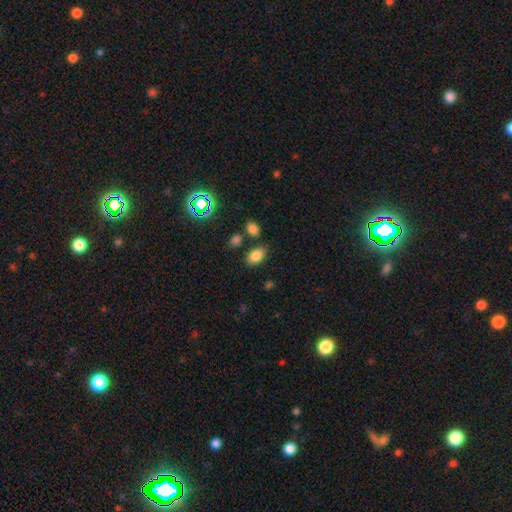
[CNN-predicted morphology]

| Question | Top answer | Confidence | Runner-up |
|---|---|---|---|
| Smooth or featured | smooth | 82% | star or artifact (12%) |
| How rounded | in between | 85% | round (13%) |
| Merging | none | 76% | minor disturbance (12%) |